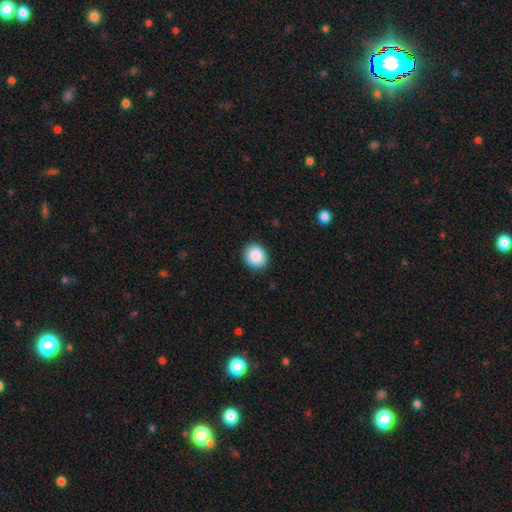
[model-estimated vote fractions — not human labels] Smooth or featured: smooth — 88% (star or artifact — 7%)
How rounded: round — 64% (in between — 35%)
Merging: none — 89% (minor disturbance — 8%)